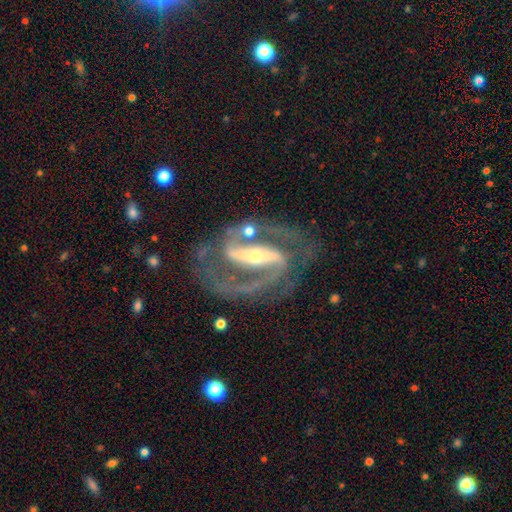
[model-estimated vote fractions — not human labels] A featured or disk galaxy (93%) with a strong bar (80%), 2 (93%) medium (61%) spiral arms (98%) and a moderate central bulge (48%).

Vote fractions:
- Smooth or featured? featured or disk: 93% / star or artifact: 4% / smooth: 3%
- Edge-on disk? no: 96% / yes: 4%
- Bar? strong: 80% / weak: 14% / no: 6%
- Spiral arms? yes: 98% / no: 2%
- Spiral winding? medium: 61% / tight: 26% / loose: 13%
- Spiral arm count? 2: 93% / 3: 2% / can't tell: 2% / 1: 2% / 4: 1% / more than 4: 1%
- Bulge size? moderate: 48% / small: 46% / large: 4% / none: 1% / dominant: 1%
- Merging? none: 71% / minor disturbance: 15% / major disturbance: 10% / merger: 4%